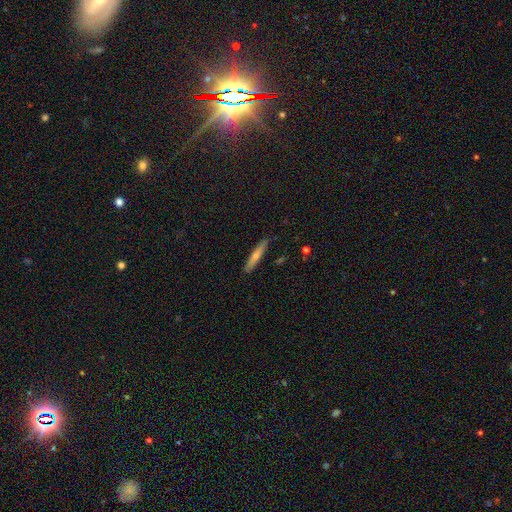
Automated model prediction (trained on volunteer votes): Smooth or featured? Predicted: smooth (p=0.50). Merging? Predicted: none (p=0.89).